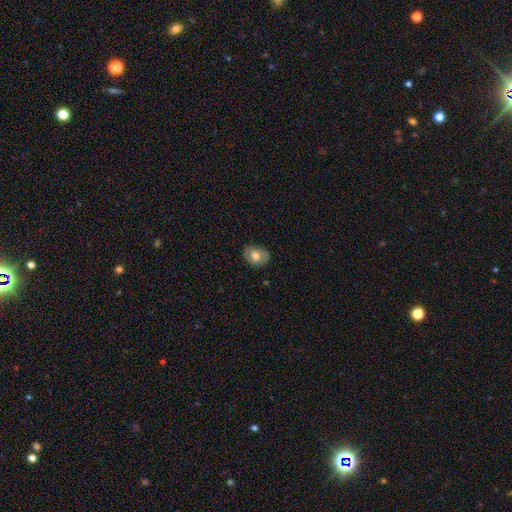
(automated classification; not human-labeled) Smooth or featured? smooth (65%)
How rounded? in between (72%)
Merging? none (80%)